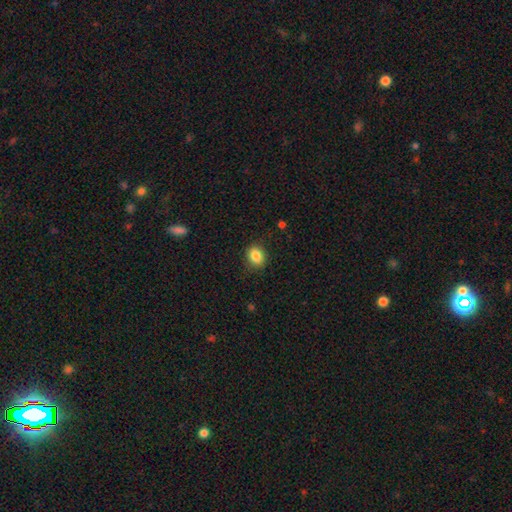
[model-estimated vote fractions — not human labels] smooth_or_featured: smooth (p=0.85) [alt: star or artifact p=0.10]
how_rounded: round (p=0.61) [alt: in between p=0.38]
merging: none (p=0.85) [alt: minor disturbance p=0.11]